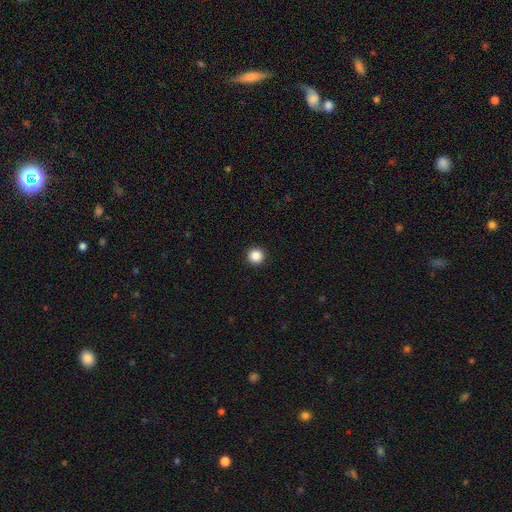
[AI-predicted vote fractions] smooth-or-featured: smooth: 87% | star or artifact: 10% | featured or disk: 3%
  how-rounded: round: 96% | in between: 3% | cigar-shaped: 1%
  merging: none: 94% | minor disturbance: 4% | major disturbance: 1% | merger: 1%